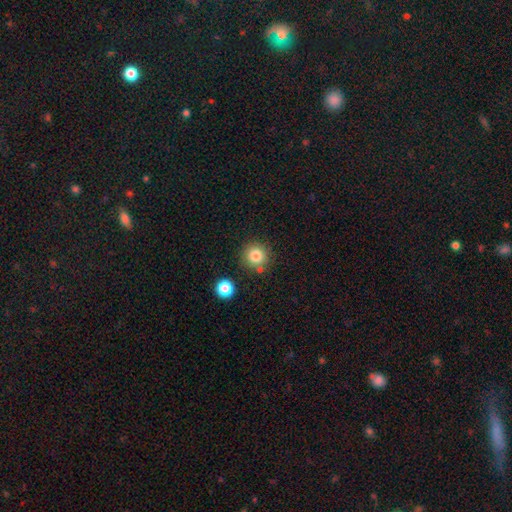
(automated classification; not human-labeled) Smooth or featured: smooth — 82% (star or artifact — 11%)
How rounded: round — 94% (in between — 5%)
Merging: none — 80% (minor disturbance — 9%)